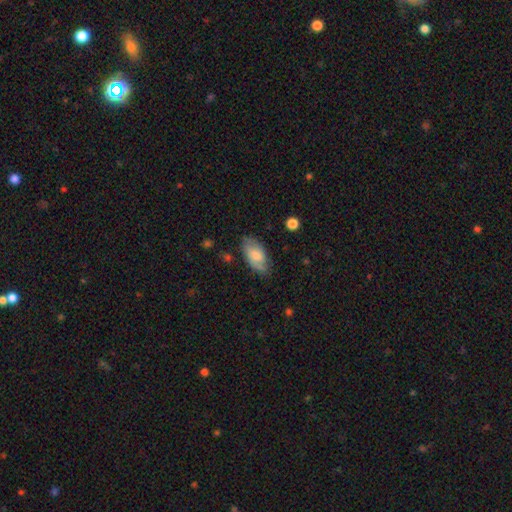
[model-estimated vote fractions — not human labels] smooth_or_featured: smooth (p=0.66) [alt: featured or disk p=0.27]
how_rounded: in between (p=0.93) [alt: cigar-shaped p=0.04]
merging: none (p=0.75) [alt: minor disturbance p=0.19]